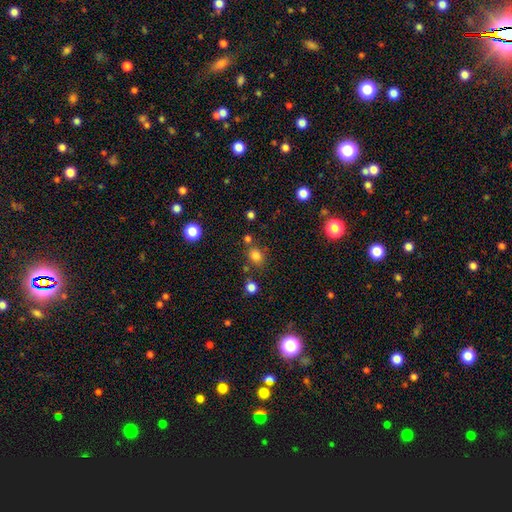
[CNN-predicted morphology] Smooth or featured? Predicted: smooth (p=0.79). How rounded? Predicted: round (p=0.66). Merging? Predicted: none (p=0.73).